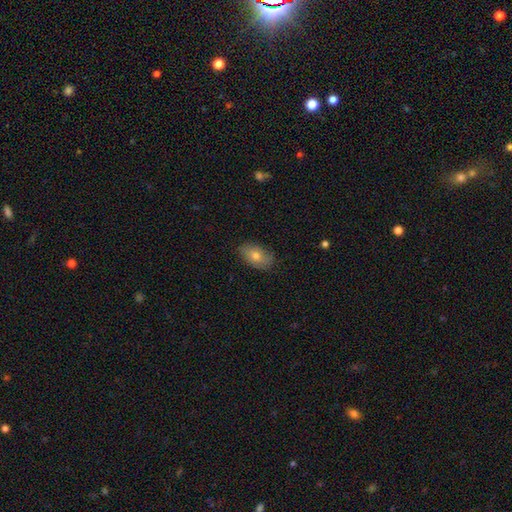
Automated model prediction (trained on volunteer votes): A smooth galaxy with no disk features (70%) that is in between round and cigar-shaped (89%). Merging: none (82%).